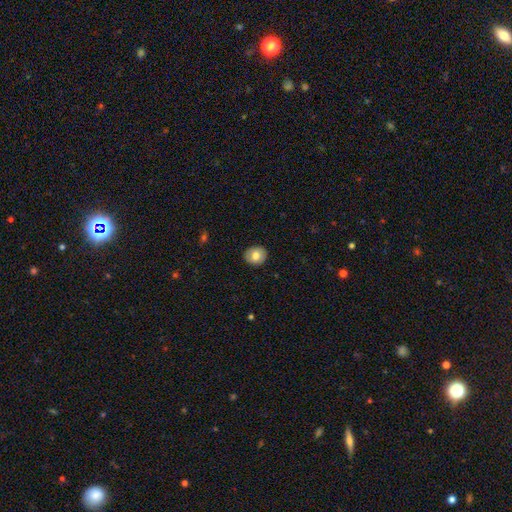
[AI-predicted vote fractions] The model was most divided on "how rounded": round: 74%, in between: 25%, cigar-shaped: 1%. More confident: merging — none (89%); smooth or featured — smooth (75%).